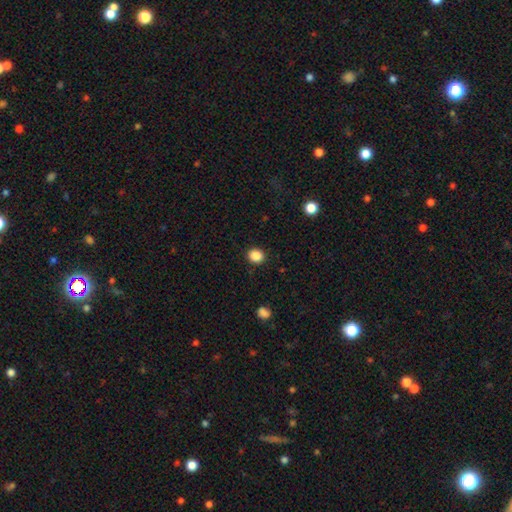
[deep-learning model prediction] smooth-or-featured: smooth: 87% | star or artifact: 10% | featured or disk: 3%
  how-rounded: round: 75% | in between: 24% | cigar-shaped: 1%
  merging: none: 90% | minor disturbance: 6% | major disturbance: 2% | merger: 1%